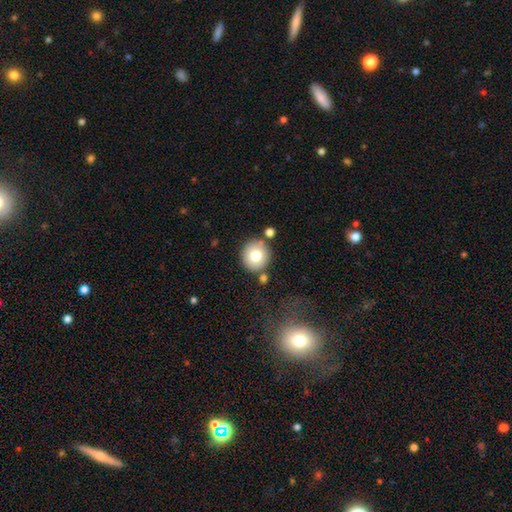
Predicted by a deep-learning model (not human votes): Overall: smooth (76%). How rounded: round (92%). Merging: none (79%).